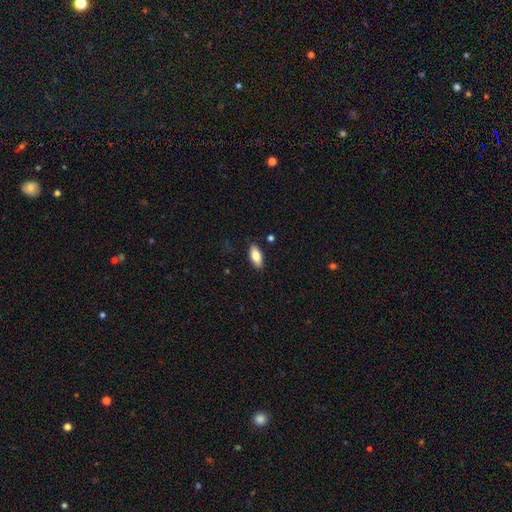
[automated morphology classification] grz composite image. It shows a smooth galaxy with no disk features (79%) that is in between round and cigar-shaped (86%). Merging: none (87%).